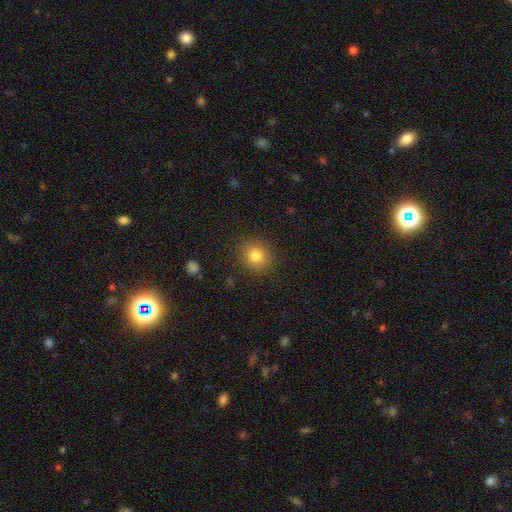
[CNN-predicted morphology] A smooth galaxy with no disk features (81%) that is round (84%).

Vote fractions:
- Smooth or featured? smooth: 81% / star or artifact: 12% / featured or disk: 7%
- How rounded? round: 84% / in between: 15% / cigar-shaped: 1%
- Merging? none: 88% / minor disturbance: 8% / major disturbance: 3% / merger: 1%